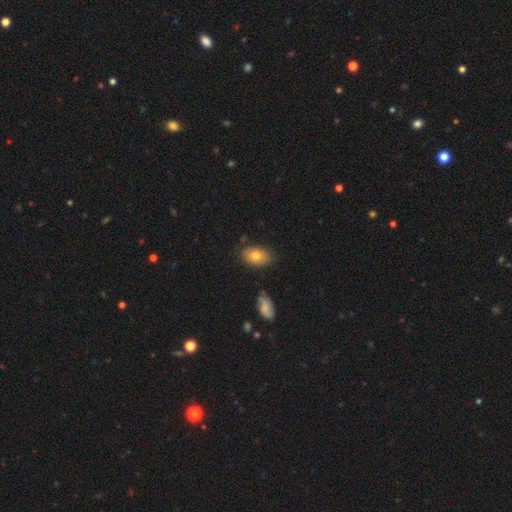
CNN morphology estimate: smooth 77%, featured or disk 15%, star or artifact 8%. Down the decision tree: how rounded — in between (89%); merging — none (78%).